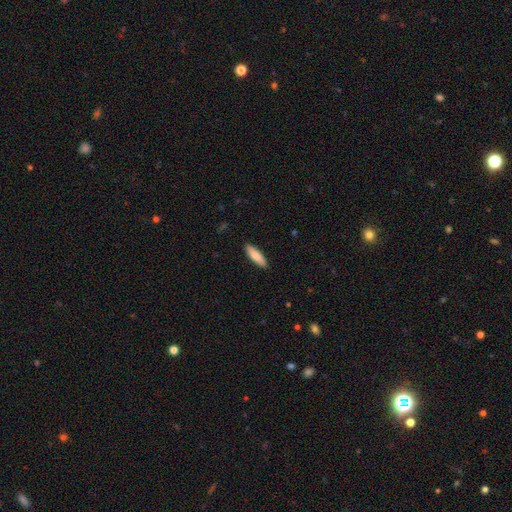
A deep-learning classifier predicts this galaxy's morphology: type=smooth (80%); roundness=cigar-shaped (58%); merging=none (90%).